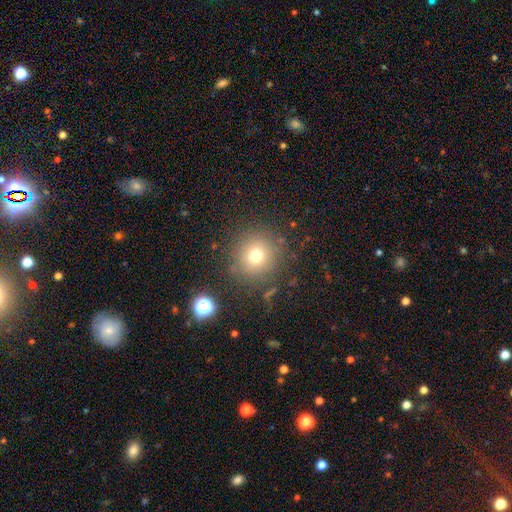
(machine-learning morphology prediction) Smooth or featured? Predicted: smooth (p=0.72). How rounded? Predicted: round (p=0.92). Merging? Predicted: none (p=0.84).